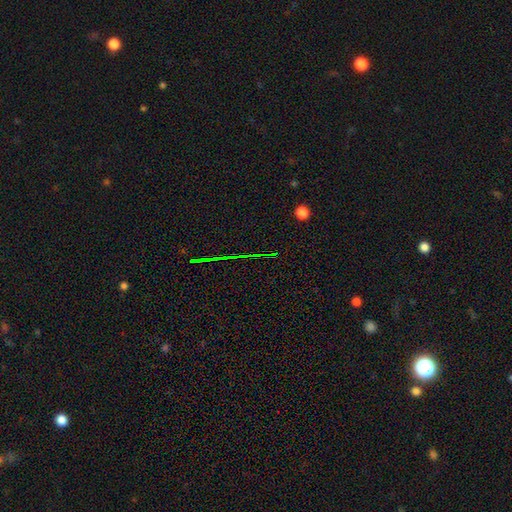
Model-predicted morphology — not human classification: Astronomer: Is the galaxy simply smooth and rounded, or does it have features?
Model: star or artifact — 73%.